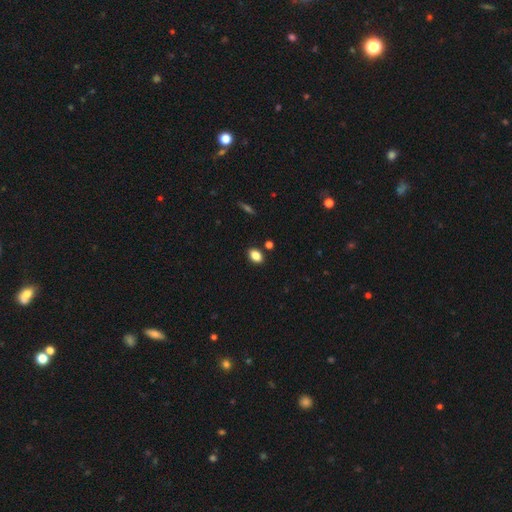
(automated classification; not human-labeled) Smooth or featured? smooth (86%)
How rounded? in between (80%)
Merging? none (86%)